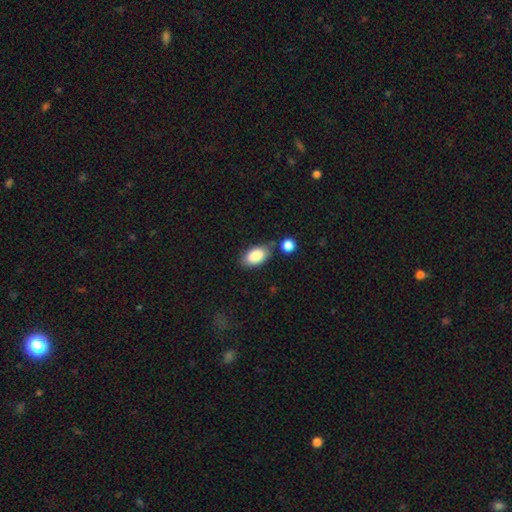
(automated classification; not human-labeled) Smooth or featured? smooth (87%)
How rounded? in between (93%)
Merging? none (70%)